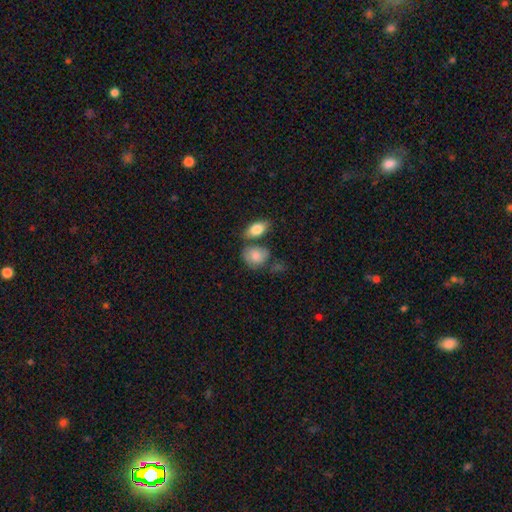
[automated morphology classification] Smooth or featured: smooth — 82% (featured or disk — 12%)
How rounded: in between — 64% (round — 35%)
Merging: none — 44% (merger — 26%)